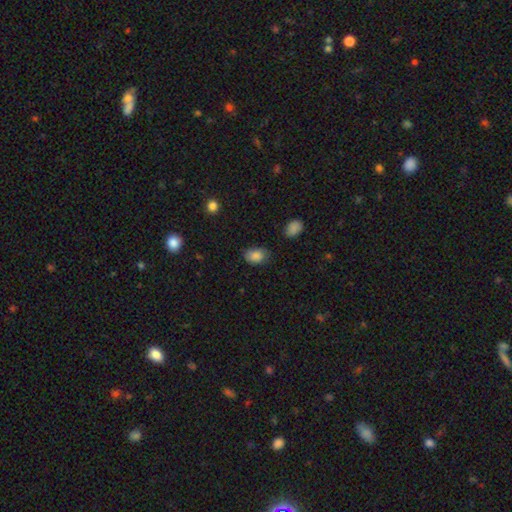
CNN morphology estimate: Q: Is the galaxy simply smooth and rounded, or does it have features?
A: smooth — 86%.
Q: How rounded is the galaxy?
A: in between — 81%.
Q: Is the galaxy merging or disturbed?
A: none — 74%.